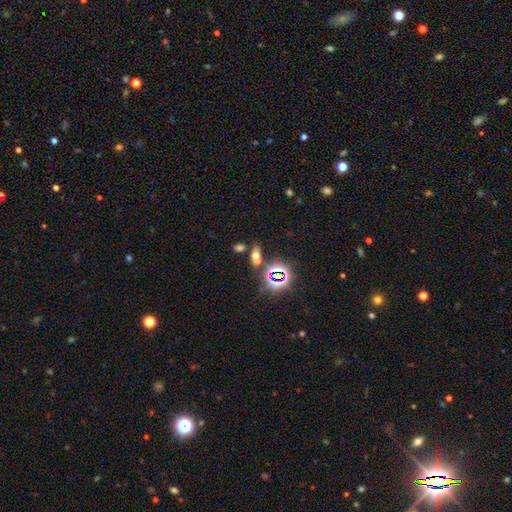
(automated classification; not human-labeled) A smooth galaxy with no disk features (49%). Merging: none (60%).